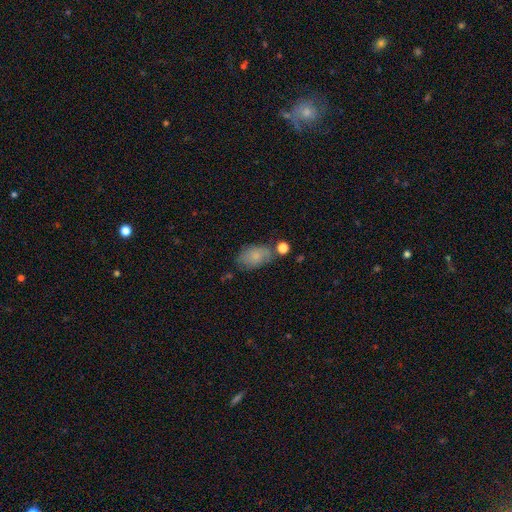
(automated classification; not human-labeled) A smooth galaxy with no disk features (75%) that is in between round and cigar-shaped (89%).

Vote fractions:
- Smooth or featured? smooth: 75% / featured or disk: 16% / star or artifact: 9%
- How rounded? in between: 89% / round: 9% / cigar-shaped: 2%
- Merging? none: 58% / minor disturbance: 25% / merger: 9% / major disturbance: 8%